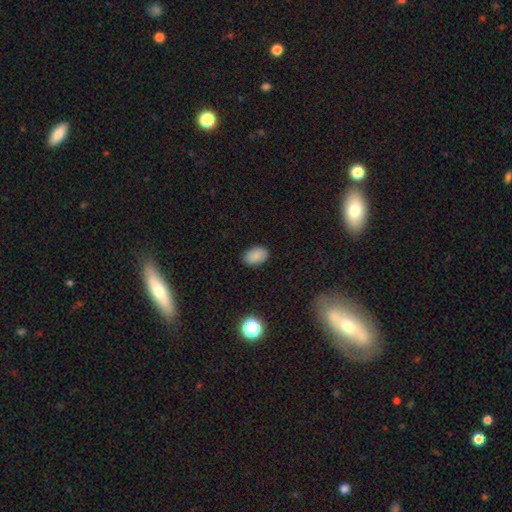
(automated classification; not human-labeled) Smooth or featured? smooth (86%)
How rounded? in between (86%)
Merging? none (88%)